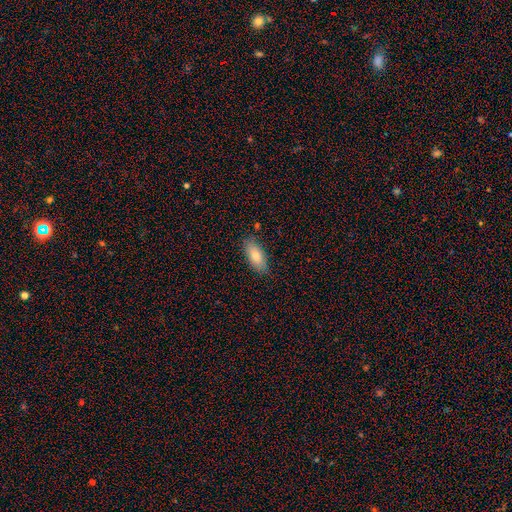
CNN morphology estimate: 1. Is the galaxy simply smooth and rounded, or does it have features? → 81% smooth, 12% featured or disk, 6% star or artifact.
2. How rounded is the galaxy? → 83% in between, 15% cigar-shaped, 2% round.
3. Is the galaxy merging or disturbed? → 84% none, 12% minor disturbance, 2% major disturbance, 2% merger.